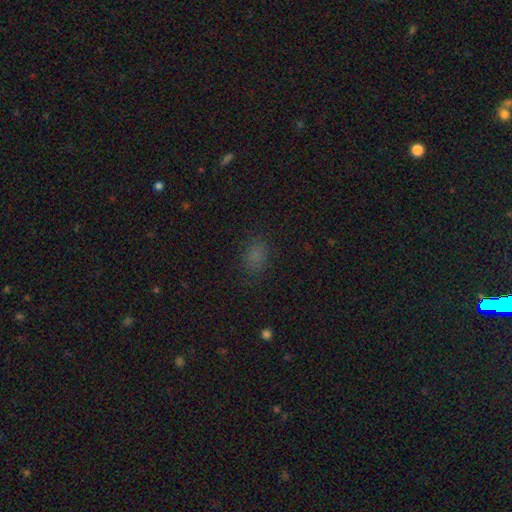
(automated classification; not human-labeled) Morphology: type=smooth (76%); roundness=in between (77%); merging=none (80%).